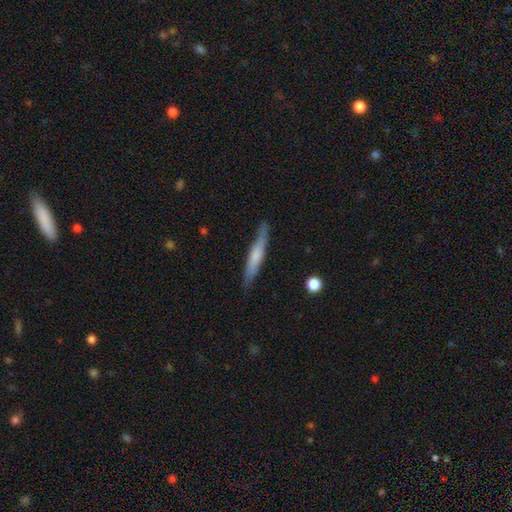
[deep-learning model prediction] Q: Smooth or featured?
A: smooth (55%); runner-up: featured or disk (40%)
Q: How rounded?
A: cigar-shaped (92%); runner-up: in between (6%)
Q: Merging?
A: none (81%); runner-up: minor disturbance (15%)